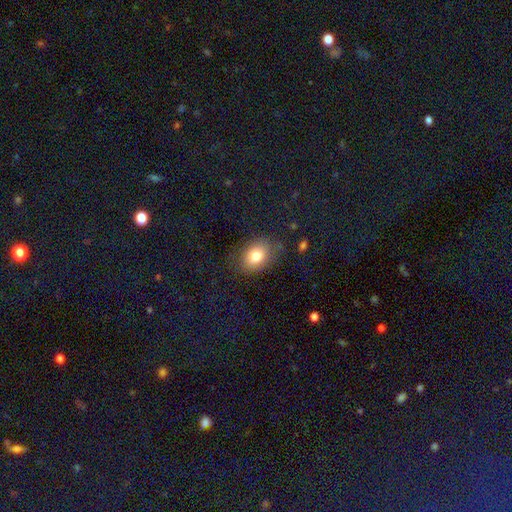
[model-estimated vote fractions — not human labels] Q: Smooth or featured?
A: smooth (79%); runner-up: featured or disk (12%)
Q: How rounded?
A: in between (76%); runner-up: round (23%)
Q: Merging?
A: none (78%); runner-up: minor disturbance (16%)